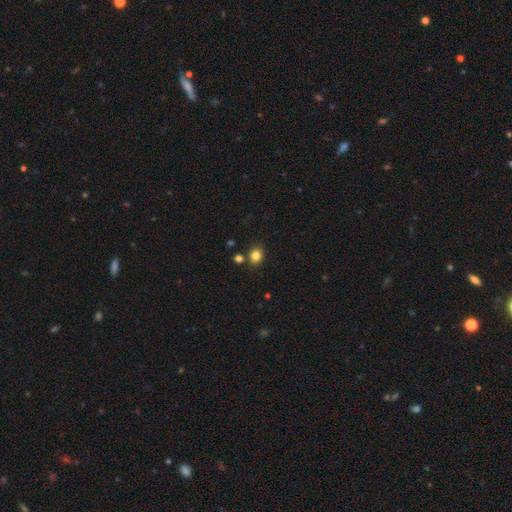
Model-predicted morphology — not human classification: Smooth or featured? smooth (82%)
How rounded? round (59%)
Merging? none (79%)